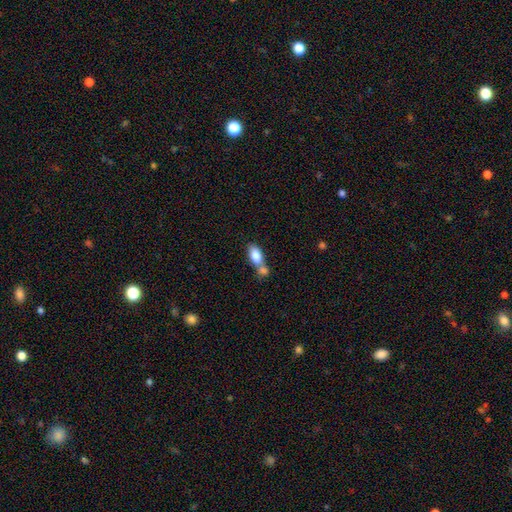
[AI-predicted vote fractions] This is clearly a smooth galaxy (81%). How rounded: clearly in between (87%). Merging: possibly merger (55%).